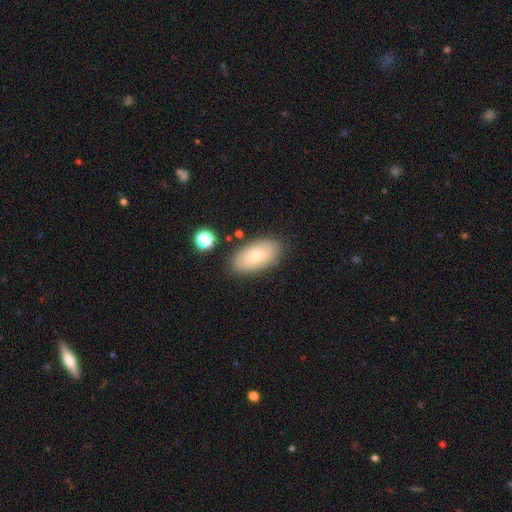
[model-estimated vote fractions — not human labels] Smooth or featured: smooth — 74% (featured or disk — 18%)
How rounded: in between — 93% (round — 4%)
Merging: none — 83% (minor disturbance — 12%)